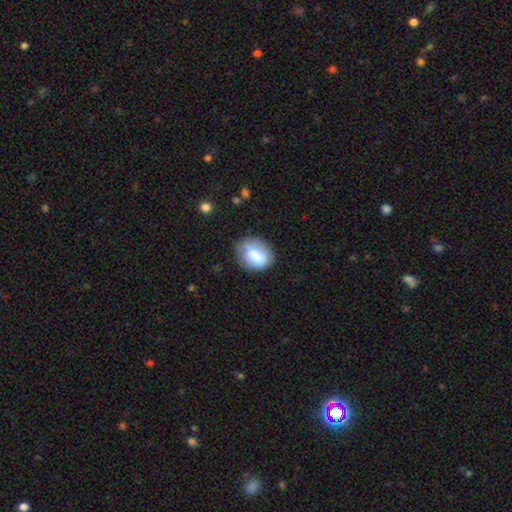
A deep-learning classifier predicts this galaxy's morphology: smooth-or-featured: smooth: 78% | featured or disk: 13% | star or artifact: 8%
  how-rounded: in between: 58% | round: 41% | cigar-shaped: 1%
  merging: none: 64% | minor disturbance: 25% | major disturbance: 8% | merger: 4%